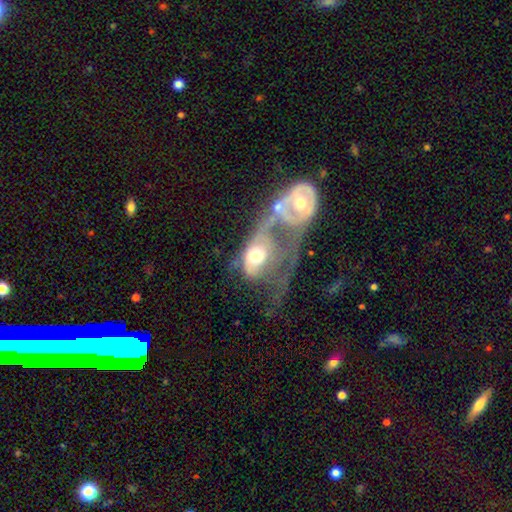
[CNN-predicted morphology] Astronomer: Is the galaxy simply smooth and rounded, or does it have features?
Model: featured or disk — 61%.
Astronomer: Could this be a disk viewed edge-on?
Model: no — 94%.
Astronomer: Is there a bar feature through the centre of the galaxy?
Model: no — 78%.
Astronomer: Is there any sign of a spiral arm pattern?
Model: no — 51% (runner-up: yes, 49%).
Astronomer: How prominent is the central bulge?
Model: moderate — 64%.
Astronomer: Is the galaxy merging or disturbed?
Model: merger — 61%.